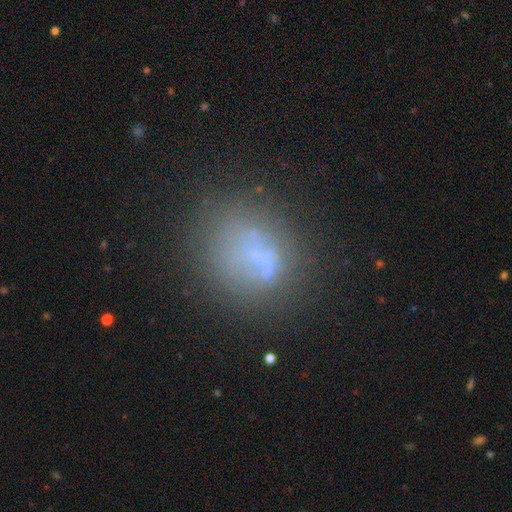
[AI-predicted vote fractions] Overall: smooth (50%; featured or disk 31%). Merging: none (57%; minor disturbance 19%).